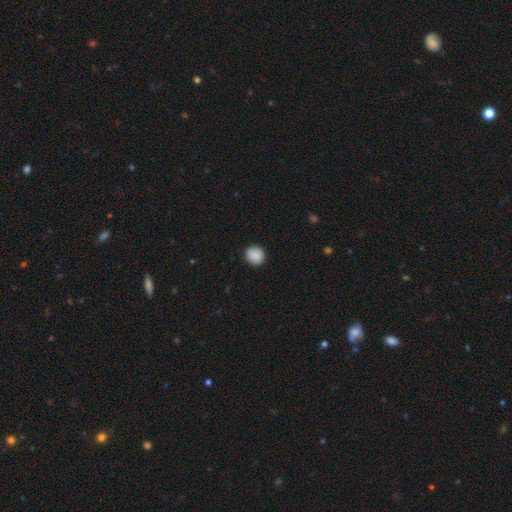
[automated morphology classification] Q: Smooth or featured?
A: smooth (90%); runner-up: star or artifact (8%)
Q: How rounded?
A: round (90%); runner-up: in between (9%)
Q: Merging?
A: none (92%); runner-up: minor disturbance (5%)